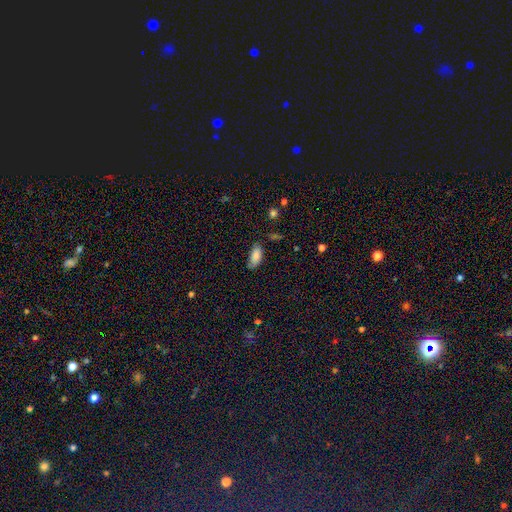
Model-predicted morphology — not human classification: A smooth galaxy with no disk features (83%) that is in between round and cigar-shaped (89%).

Vote fractions:
- Smooth or featured? smooth: 83% / featured or disk: 10% / star or artifact: 7%
- How rounded? in between: 89% / cigar-shaped: 9% / round: 2%
- Merging? none: 69% / minor disturbance: 24% / major disturbance: 5% / merger: 2%